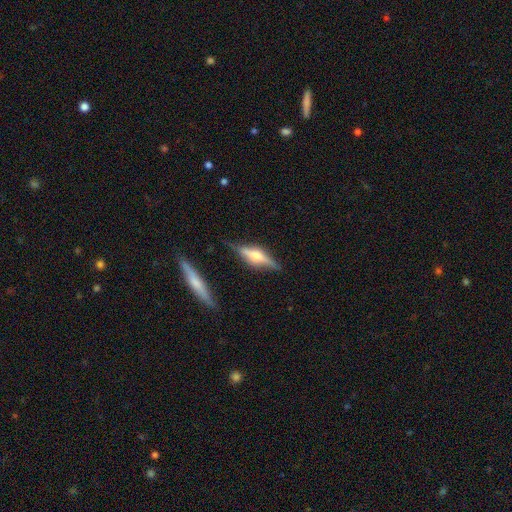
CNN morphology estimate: This is likely a featured or disk galaxy (69%). It is clearly viewed edge-on (95%). Edge-on bulge: clearly rounded (88%). Merging: likely none (79%).